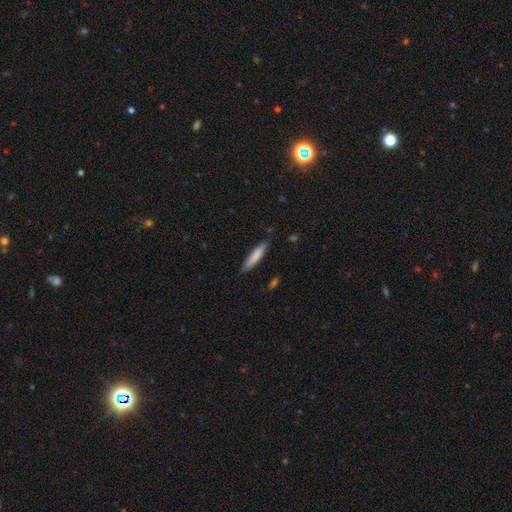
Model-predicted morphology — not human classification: Smooth or featured: smooth — 79% (featured or disk — 15%)
How rounded: cigar-shaped — 86% (in between — 13%)
Merging: none — 81% (minor disturbance — 15%)